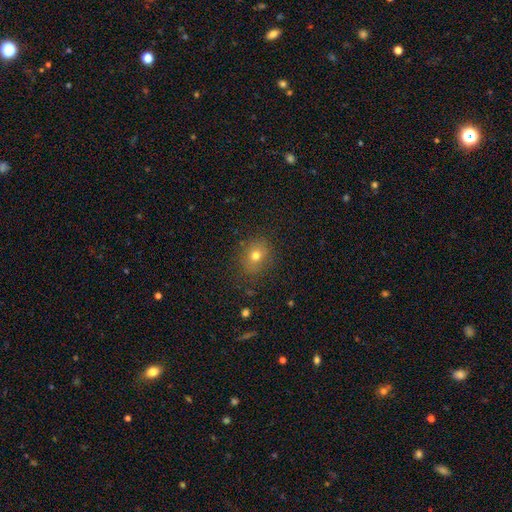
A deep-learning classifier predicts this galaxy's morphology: type=smooth (73%); roundness=round (59%); merging=none (81%).